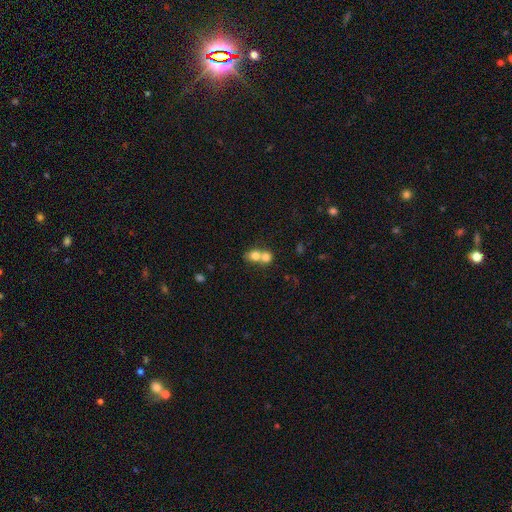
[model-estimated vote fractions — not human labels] smooth 74%, featured or disk 16%, star or artifact 10%. Down the decision tree: how rounded — round (60%); merging — merger (69%).